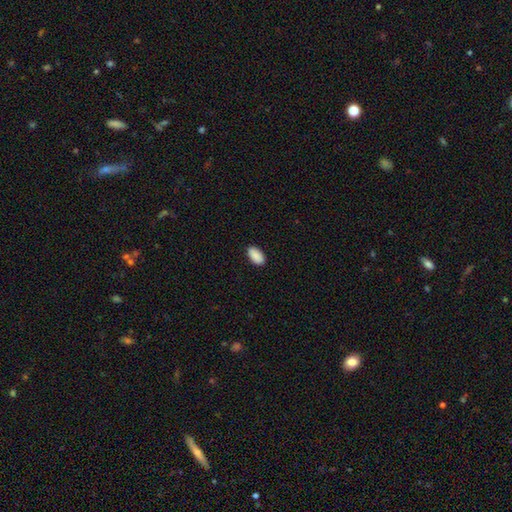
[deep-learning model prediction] Smooth or featured? smooth (91%)
How rounded? in between (95%)
Merging? none (88%)